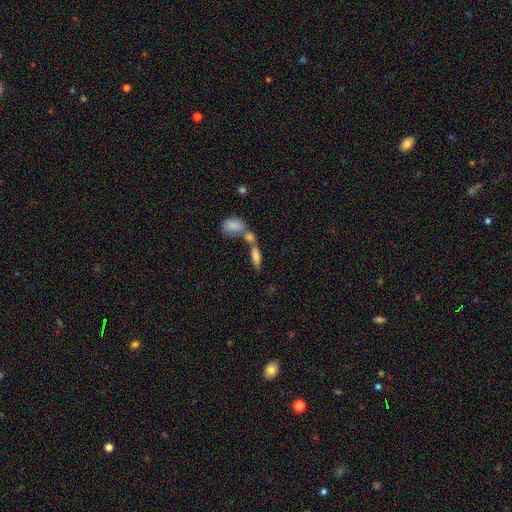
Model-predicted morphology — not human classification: A smooth galaxy with no disk features (72%) that is in between round and cigar-shaped (57%). Merging: merger (50%).